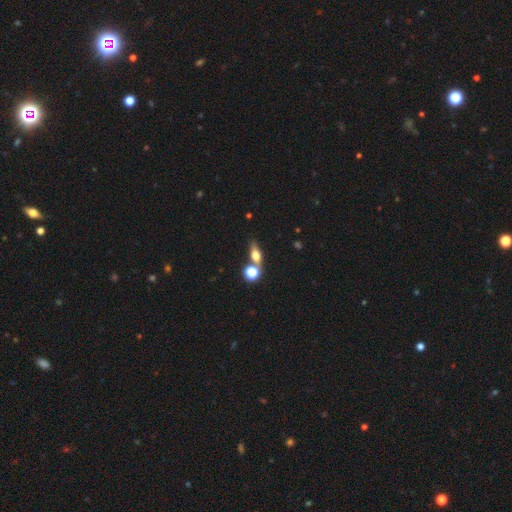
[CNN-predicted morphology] Smooth or featured?
  - smooth: 58% *
  - featured or disk: 27%
  - star or artifact: 14%
How rounded?
  - in between: 54% *
  - round: 24%
  - cigar-shaped: 22%
Merging?
  - none: 58% *
  - merger: 23%
  - minor disturbance: 13%
  - major disturbance: 6%